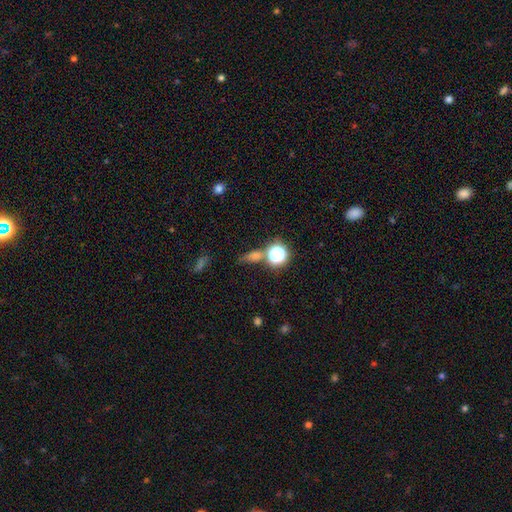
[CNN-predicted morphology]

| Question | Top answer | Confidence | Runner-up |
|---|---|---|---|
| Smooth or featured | star or artifact | 47% | smooth (41%) |